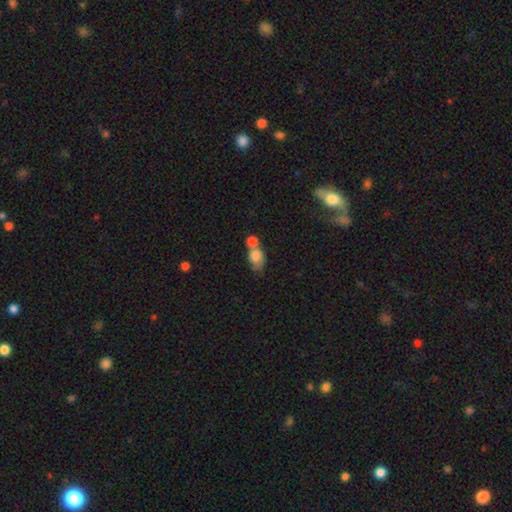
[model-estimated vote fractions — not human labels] Smooth or featured: smooth — 80% (featured or disk — 11%)
How rounded: in between — 71% (round — 27%)
Merging: merger — 56% (none — 26%)